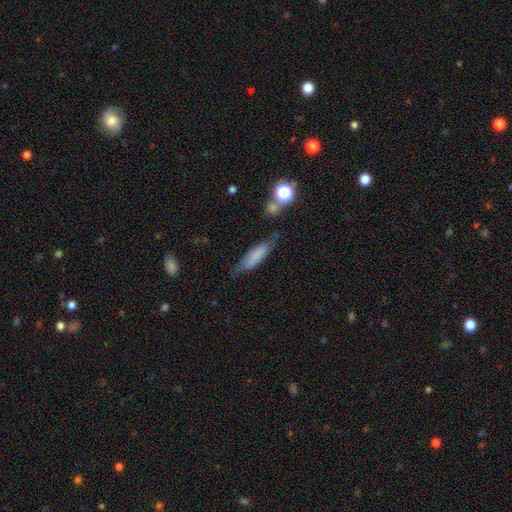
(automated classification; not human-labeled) This is likely a smooth galaxy (70%). How rounded: likely cigar-shaped (71%). Merging: likely none (70%).